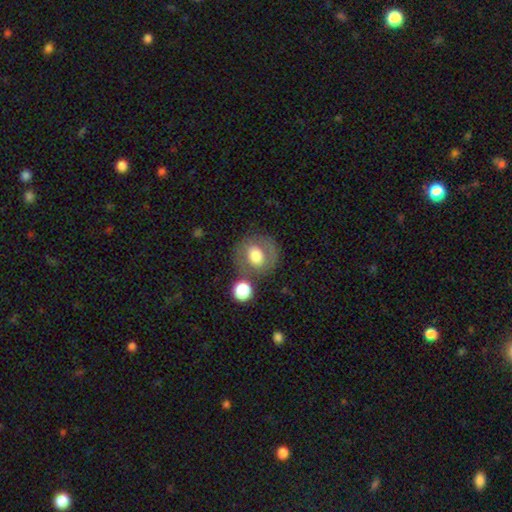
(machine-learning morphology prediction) smooth-or-featured: smooth: 59% | featured or disk: 32% | star or artifact: 8%
  how-rounded: round: 77% | in between: 22% | cigar-shaped: 1%
  merging: none: 63% | minor disturbance: 15% | merger: 13% | major disturbance: 8%